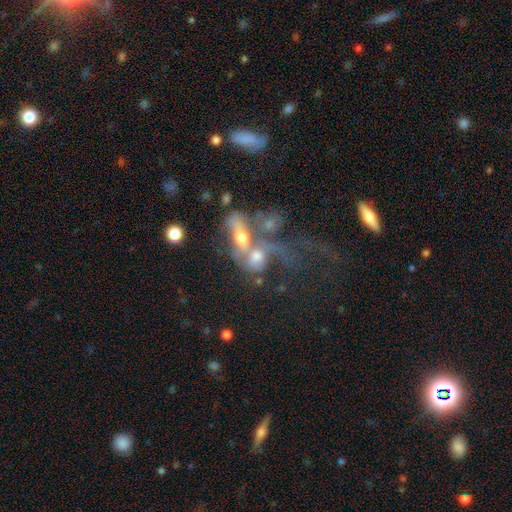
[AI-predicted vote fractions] A featured or disk galaxy (49%). Merging: merger (71%).